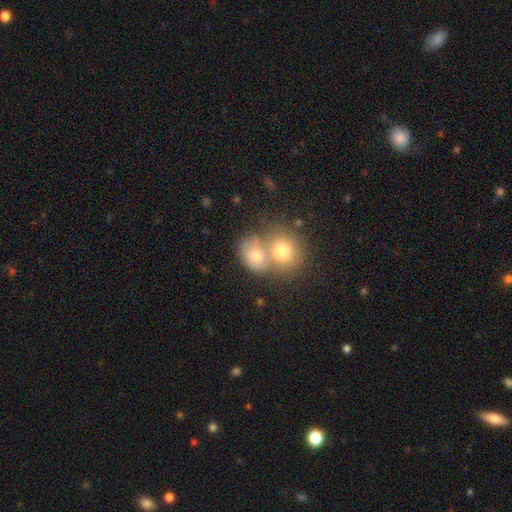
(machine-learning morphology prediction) Overall: smooth (70%). How rounded: round (59%; in between 40%). Merging: merger (58%; none 28%).